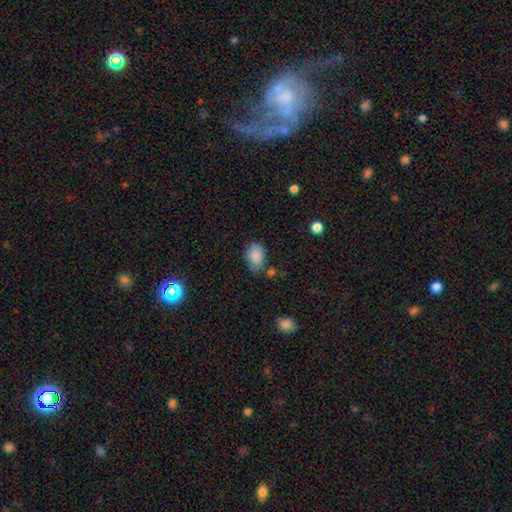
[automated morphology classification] Overall: smooth (86%). How rounded: in between (77%). Merging: none (65%; minor disturbance 25%).